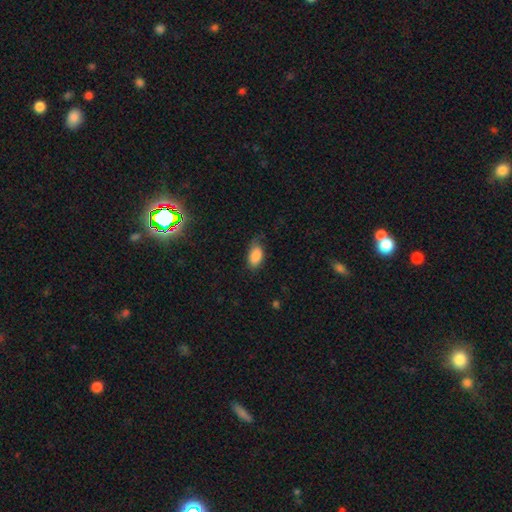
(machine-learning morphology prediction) A smooth galaxy with no disk features (86%) that is in between round and cigar-shaped (92%). Merging: none (64%).